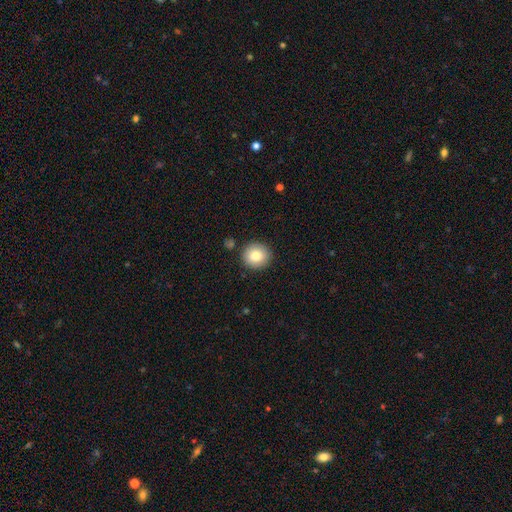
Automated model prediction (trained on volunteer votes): Morphology: type=smooth (84%); roundness=round (88%); merging=none (88%).